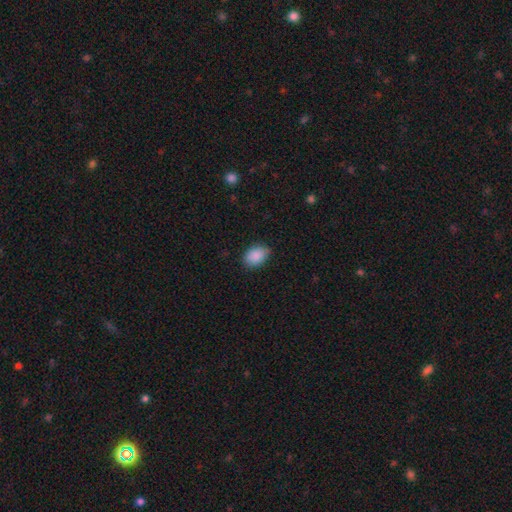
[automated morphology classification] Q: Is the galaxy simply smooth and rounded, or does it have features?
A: smooth — 89%.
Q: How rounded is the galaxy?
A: in between — 83%.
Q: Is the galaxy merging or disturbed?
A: none — 80%.